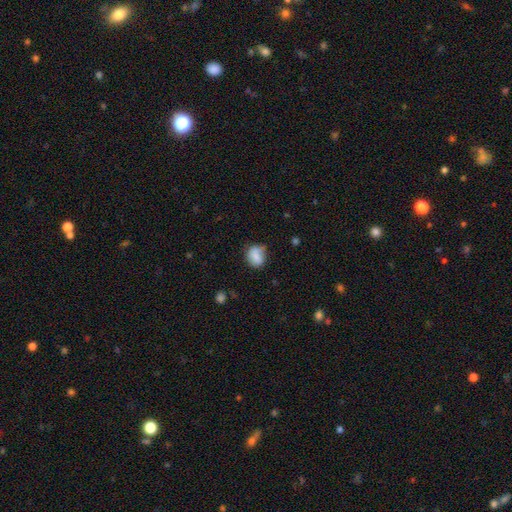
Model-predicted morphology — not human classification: Overall: smooth (78%). How rounded: round (56%; in between 43%). Merging: none (58%; minor disturbance 28%).